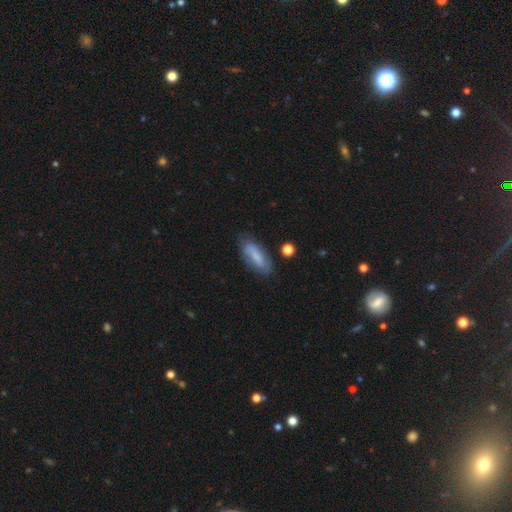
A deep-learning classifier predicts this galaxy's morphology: smooth_or_featured: smooth (p=0.62) [alt: featured or disk p=0.30]
how_rounded: in between (p=0.69) [alt: cigar-shaped p=0.29]
merging: none (p=0.69) [alt: minor disturbance p=0.22]